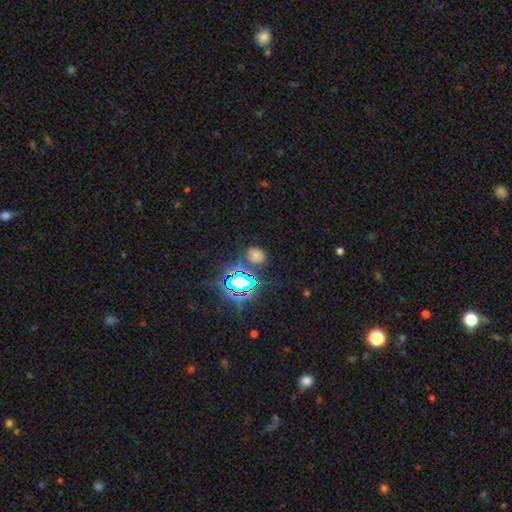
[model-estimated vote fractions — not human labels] Smooth or featured? Predicted: smooth (p=0.56). How rounded? Predicted: round (p=0.67). Merging? Predicted: none (p=0.78).